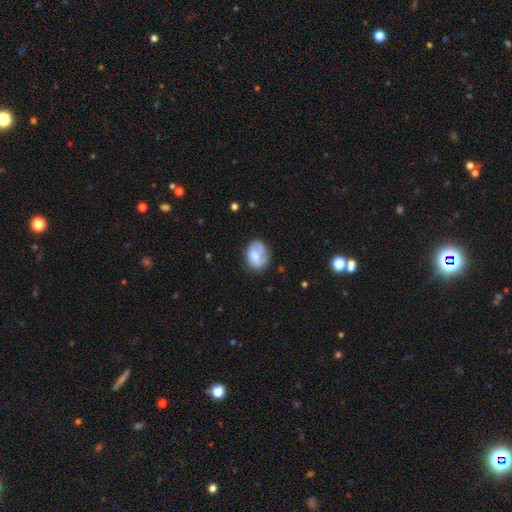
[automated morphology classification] This appears to be a smooth galaxy with no disk features (60%) that is in between round and cigar-shaped (64%). Merging: none (58%).